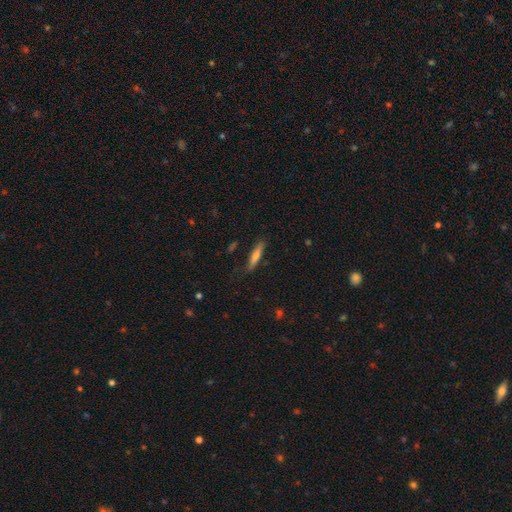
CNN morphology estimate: smooth-or-featured: smooth: 63% | featured or disk: 30% | star or artifact: 7%
  how-rounded: cigar-shaped: 88% | in between: 10% | round: 2%
  merging: none: 81% | minor disturbance: 14% | major disturbance: 3% | merger: 2%